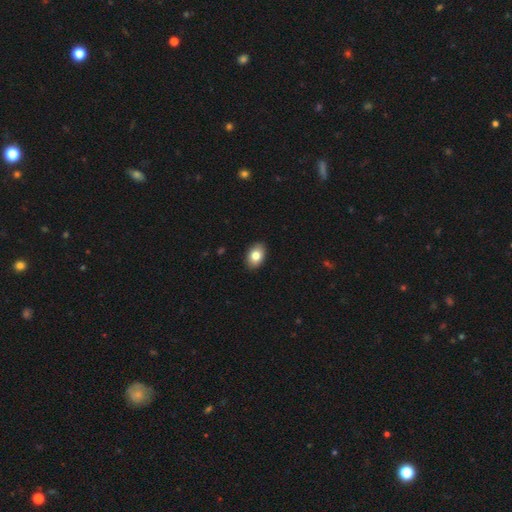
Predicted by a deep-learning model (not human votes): This appears to be a smooth galaxy with no disk features (81%) that is in between round and cigar-shaped (83%). Merging: none (89%).